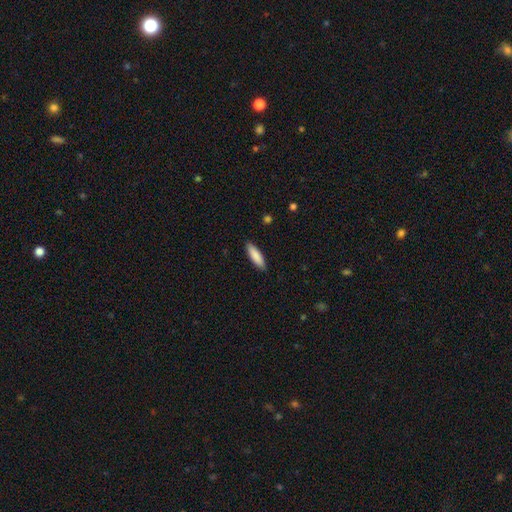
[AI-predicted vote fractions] smooth_or_featured: smooth (p=0.87) [alt: featured or disk p=0.08]
how_rounded: cigar-shaped (p=0.62) [alt: in between p=0.37]
merging: none (p=0.89) [alt: minor disturbance p=0.08]